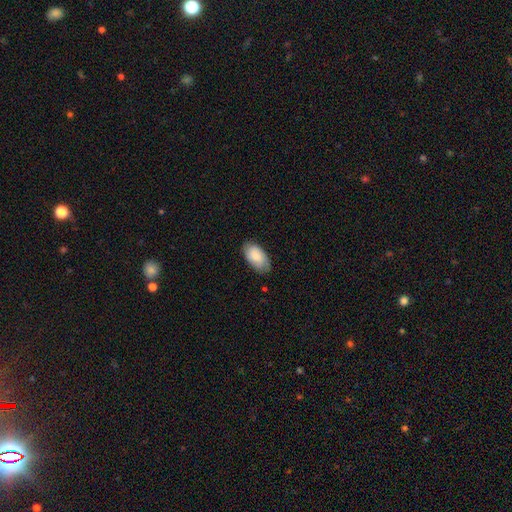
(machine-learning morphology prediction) This appears to be a smooth galaxy with no disk features (77%) that is in between round and cigar-shaped (95%). Merging: none (76%).